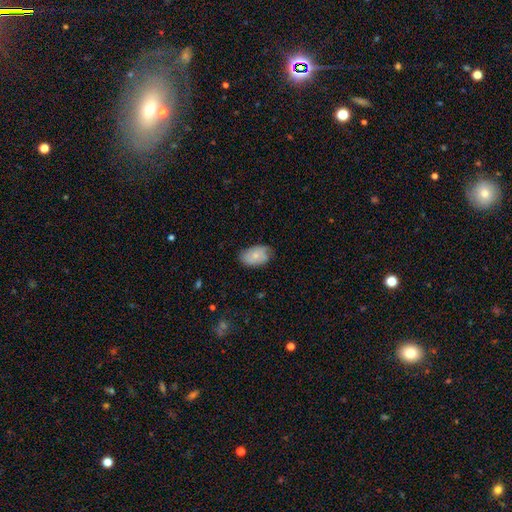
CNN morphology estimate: The model was most divided on "merging": none: 68%, minor disturbance: 26%, major disturbance: 5%, merger: 1%. More confident: how rounded — in between (90%); smooth or featured — smooth (69%).